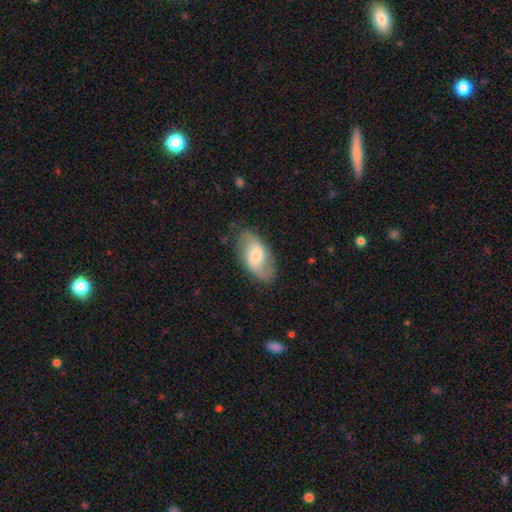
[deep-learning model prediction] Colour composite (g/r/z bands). It shows a featured or disk galaxy (58%) with no bar (48%), spiral arms (85%) and a moderate central bulge (55%). Merging: none (77%).